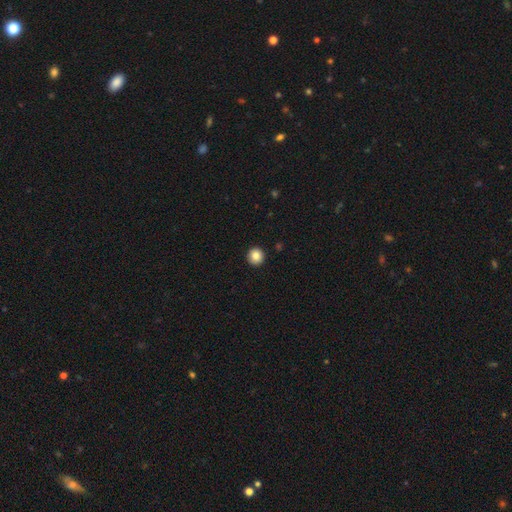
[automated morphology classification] smooth 85%, star or artifact 9%, featured or disk 5%. Down the decision tree: how rounded — round (95%); merging — none (94%).